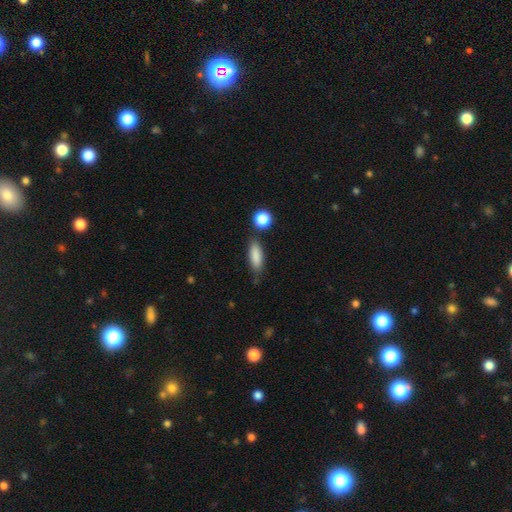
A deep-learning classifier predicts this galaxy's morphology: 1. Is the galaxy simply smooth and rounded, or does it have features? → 86% smooth, 7% star or artifact, 7% featured or disk.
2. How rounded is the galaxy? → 61% in between, 36% cigar-shaped, 3% round.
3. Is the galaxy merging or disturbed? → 76% none, 14% minor disturbance, 6% merger, 4% major disturbance.